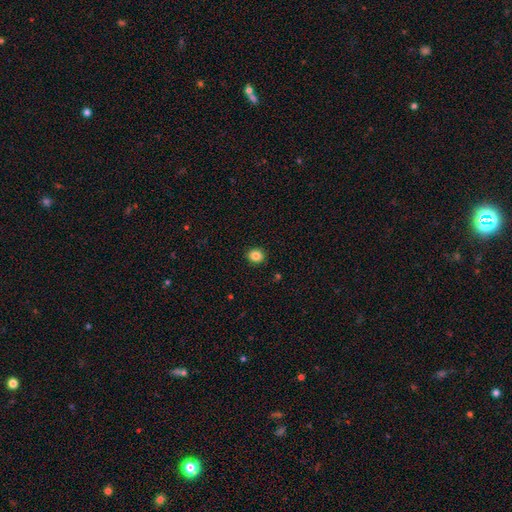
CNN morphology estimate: This appears to be a smooth galaxy with no disk features (85%) that is round (73%). Merging: none (91%).